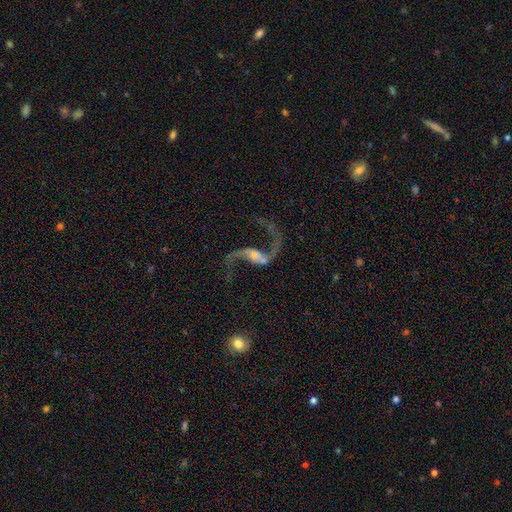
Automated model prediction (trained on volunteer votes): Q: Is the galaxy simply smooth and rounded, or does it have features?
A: featured or disk — 90%.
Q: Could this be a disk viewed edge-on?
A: no — 96%.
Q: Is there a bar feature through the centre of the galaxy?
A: weak — 39%.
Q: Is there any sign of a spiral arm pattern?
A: yes — 96%.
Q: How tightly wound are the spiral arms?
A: loose — 92%.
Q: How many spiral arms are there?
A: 2 — 94%.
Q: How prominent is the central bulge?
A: small — 41%.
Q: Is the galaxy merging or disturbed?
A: none — 64%.